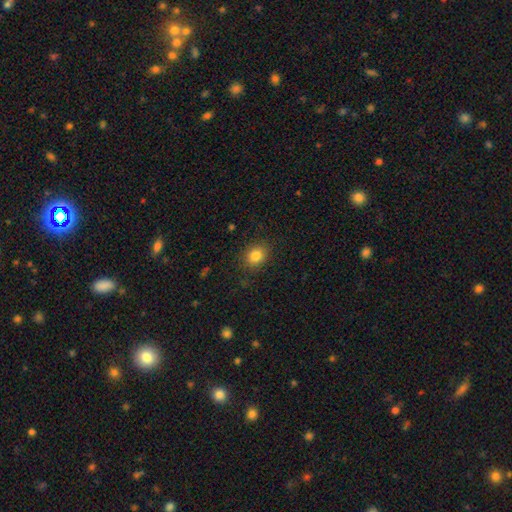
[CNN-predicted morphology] smooth-or-featured: smooth: 83% | star or artifact: 11% | featured or disk: 6%
  how-rounded: round: 57% | in between: 42% | cigar-shaped: 1%
  merging: none: 85% | minor disturbance: 10% | major disturbance: 3% | merger: 1%